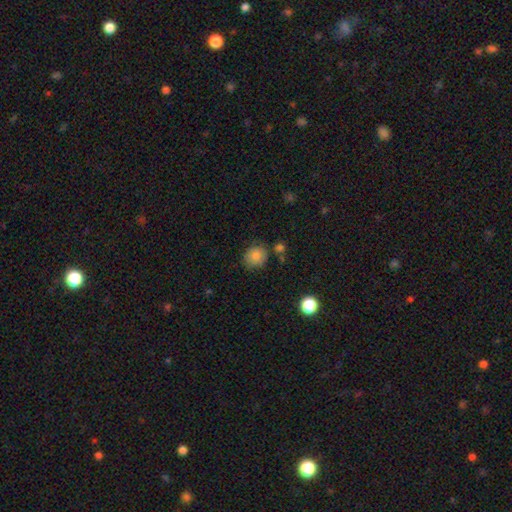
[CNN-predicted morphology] A smooth galaxy with no disk features (82%) that is round (81%).

Vote fractions:
- Smooth or featured? smooth: 82% / star or artifact: 10% / featured or disk: 8%
- How rounded? round: 81% / in between: 18% / cigar-shaped: 1%
- Merging? none: 77% / minor disturbance: 15% / merger: 5% / major disturbance: 3%